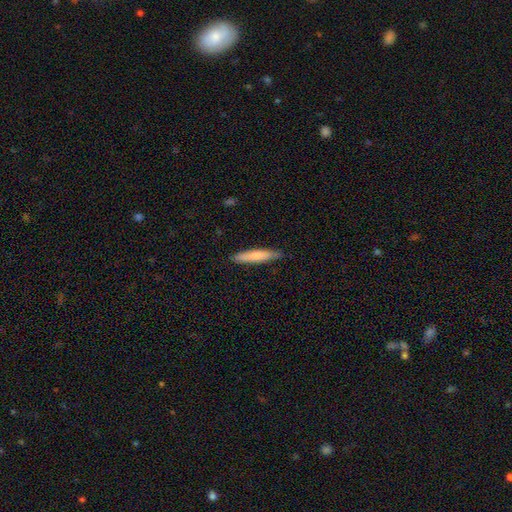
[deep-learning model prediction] Overall: smooth (75%). How rounded: cigar-shaped (89%). Merging: none (88%).